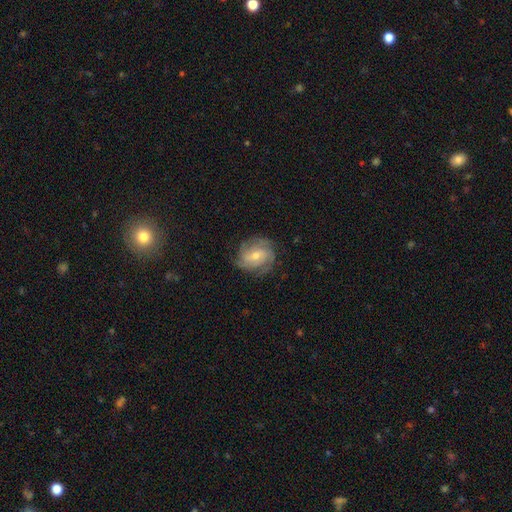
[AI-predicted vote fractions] Smooth or featured?
  - featured or disk: 79% *
  - smooth: 14%
  - star or artifact: 8%
Edge-on disk?
  - no: 97% *
  - yes: 3%
Bar?
  - no: 45% *
  - weak: 43%
  - strong: 12%
Spiral arms?
  - yes: 95% *
  - no: 5%
Spiral winding?
  - tight: 56% *
  - medium: 35%
  - loose: 9%
Spiral arm count?
  - 3: 31% *
  - can't tell: 25%
  - 2: 17%
  - 4: 16%
  - more than 4: 5%
  - 1: 5%
Bulge size?
  - small: 50% *
  - moderate: 45%
  - large: 2%
  - none: 2%
  - dominant: 1%
Merging?
  - none: 77% *
  - minor disturbance: 16%
  - major disturbance: 6%
  - merger: 1%